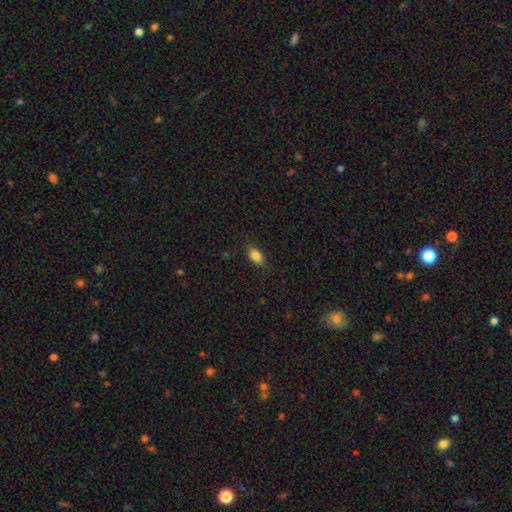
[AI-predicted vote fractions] A smooth galaxy with no disk features (85%) that is in between round and cigar-shaped (89%).

Vote fractions:
- Smooth or featured? smooth: 85% / star or artifact: 8% / featured or disk: 7%
- How rounded? in between: 89% / round: 6% / cigar-shaped: 5%
- Merging? none: 85% / minor disturbance: 11% / major disturbance: 3% / merger: 1%